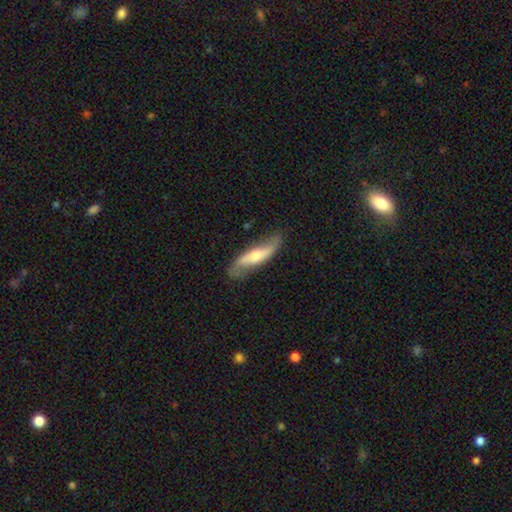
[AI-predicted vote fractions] Smooth or featured?
  - featured or disk: 69% *
  - smooth: 25%
  - star or artifact: 6%
Edge-on disk?
  - no: 68% *
  - yes: 32%
Merging?
  - none: 75% *
  - minor disturbance: 18%
  - major disturbance: 5%
  - merger: 2%